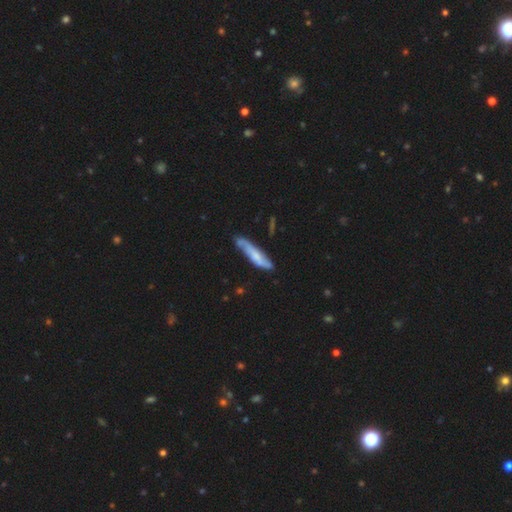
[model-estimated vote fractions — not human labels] smooth-or-featured: featured or disk: 53% | smooth: 41% | star or artifact: 6%
  disk-edge-on: no: 54% | yes: 46%
  merging: none: 68% | minor disturbance: 23% | major disturbance: 6% | merger: 4%